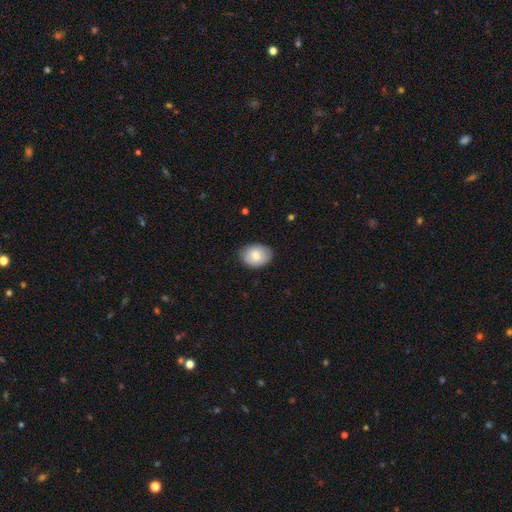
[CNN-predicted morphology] Smooth or featured?
  - smooth: 77% *
  - featured or disk: 17%
  - star or artifact: 7%
How rounded?
  - in between: 68% *
  - round: 31%
  - cigar-shaped: 1%
Merging?
  - none: 79% *
  - minor disturbance: 17%
  - major disturbance: 3%
  - merger: 1%